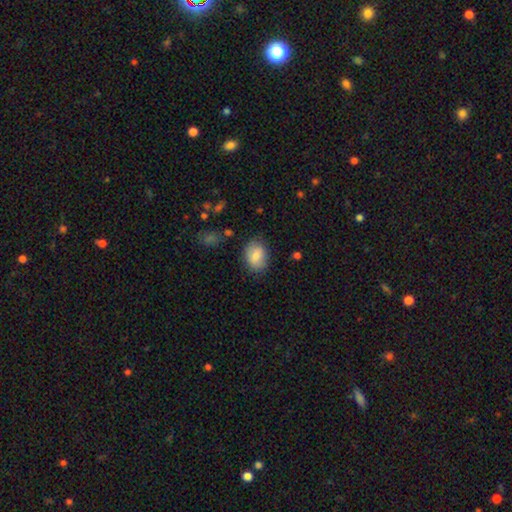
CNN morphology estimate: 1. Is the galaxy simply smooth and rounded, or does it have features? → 82% smooth, 11% featured or disk, 7% star or artifact.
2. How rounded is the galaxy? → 70% in between, 29% round, 1% cigar-shaped.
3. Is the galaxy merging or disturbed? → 79% none, 15% minor disturbance, 4% major disturbance, 2% merger.